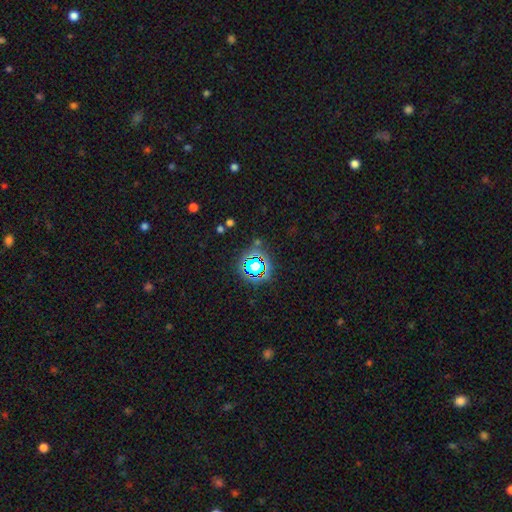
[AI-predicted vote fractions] Smooth or featured: star or artifact — 77% (smooth — 15%)